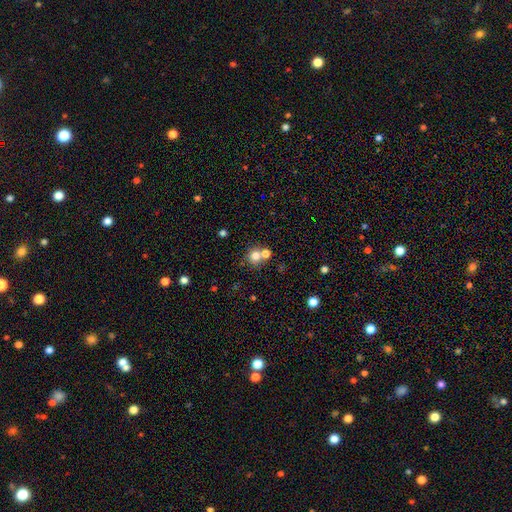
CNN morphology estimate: A smooth galaxy with no disk features (77%) that is round (87%).

Vote fractions:
- Smooth or featured? smooth: 77% / star or artifact: 14% / featured or disk: 10%
- How rounded? round: 87% / in between: 12% / cigar-shaped: 1%
- Merging? none: 55% / merger: 35% / minor disturbance: 7% / major disturbance: 3%